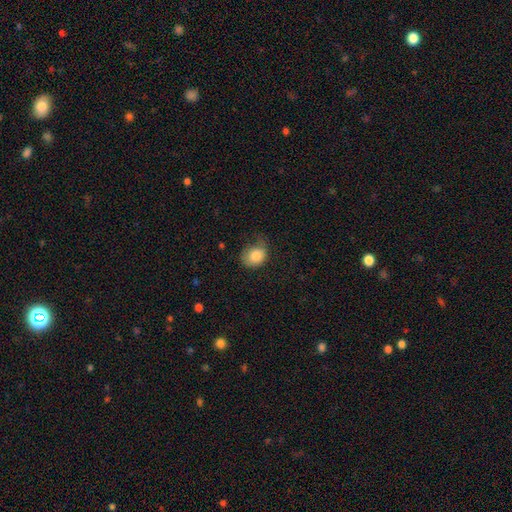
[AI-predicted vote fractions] smooth-or-featured: smooth: 83% | featured or disk: 10% | star or artifact: 8%
  how-rounded: round: 51% | in between: 48% | cigar-shaped: 1%
  merging: minor disturbance: 39% | none: 37% | major disturbance: 22% | merger: 2%